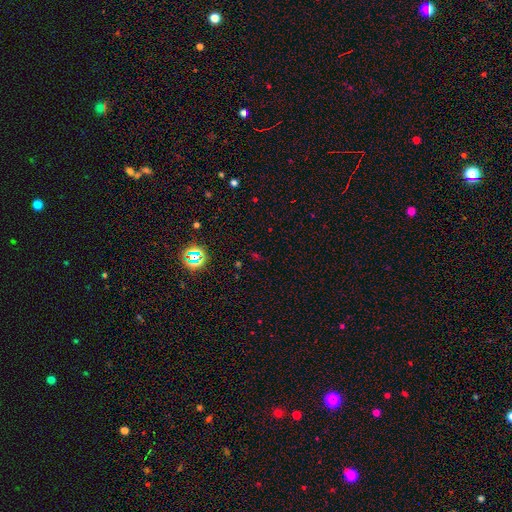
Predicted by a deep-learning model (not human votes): The model was most divided on "smooth or featured": star or artifact: 66%, smooth: 25%, featured or disk: 8%.